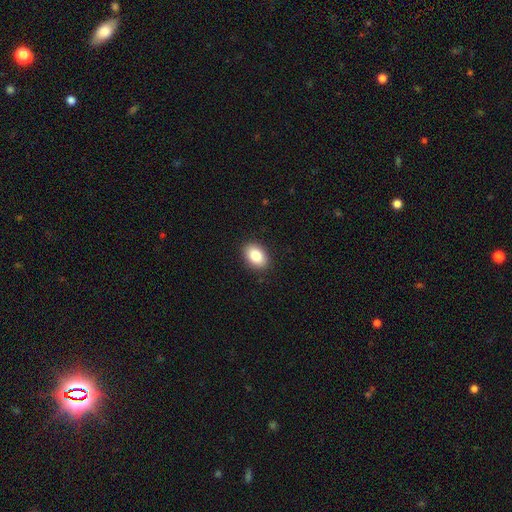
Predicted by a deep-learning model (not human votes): A smooth galaxy with no disk features (85%) that is in between round and cigar-shaped (86%). Merging: none (90%).